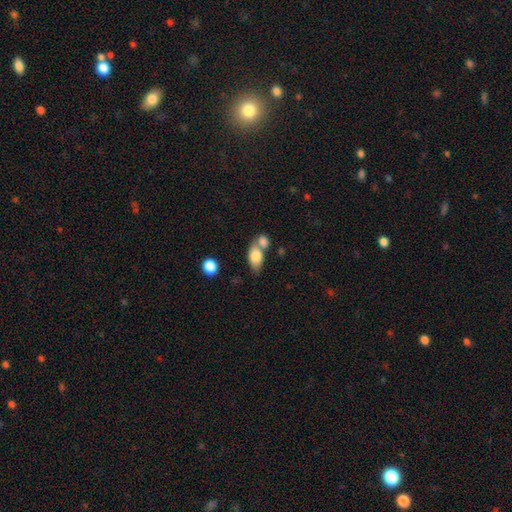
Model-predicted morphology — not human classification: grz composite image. It shows a smooth galaxy with no disk features (80%) that is in between round and cigar-shaped (87%). Merging: merger (46%).